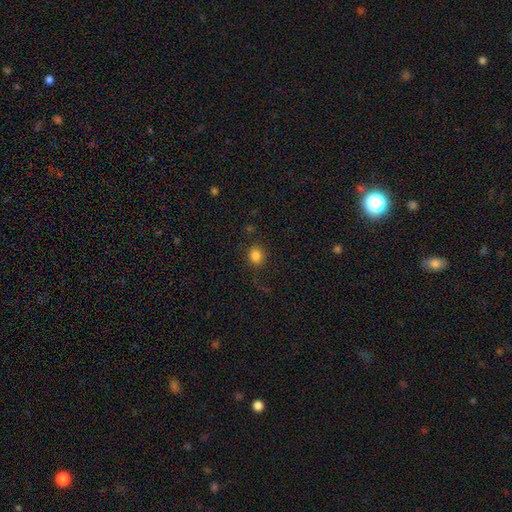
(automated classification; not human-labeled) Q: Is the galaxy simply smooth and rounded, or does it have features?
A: smooth — 83%.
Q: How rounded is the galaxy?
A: round — 72%.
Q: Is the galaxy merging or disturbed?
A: none — 84%.